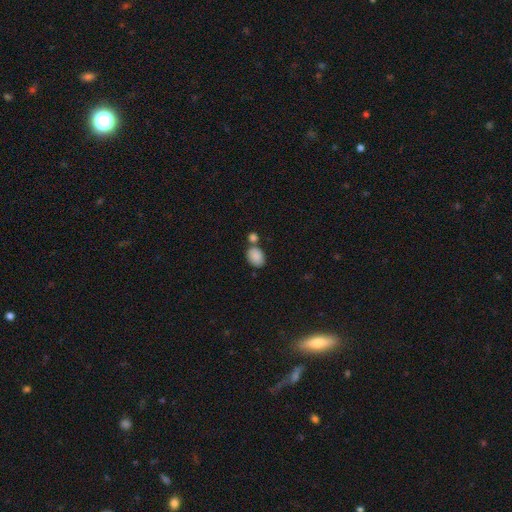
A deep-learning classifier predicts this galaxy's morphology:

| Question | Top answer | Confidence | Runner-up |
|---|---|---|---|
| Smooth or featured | smooth | 87% | star or artifact (8%) |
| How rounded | in between | 76% | round (23%) |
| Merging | none | 57% | merger (26%) |